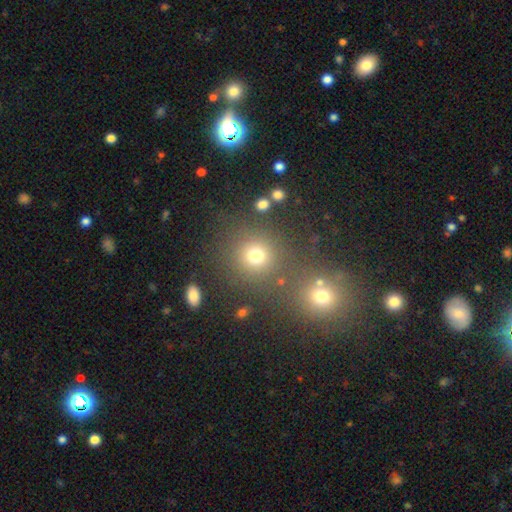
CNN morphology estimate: smooth_or_featured: smooth (p=0.75) [alt: star or artifact p=0.18]
how_rounded: round (p=0.89) [alt: in between p=0.10]
merging: none (p=0.76) [alt: merger p=0.10]